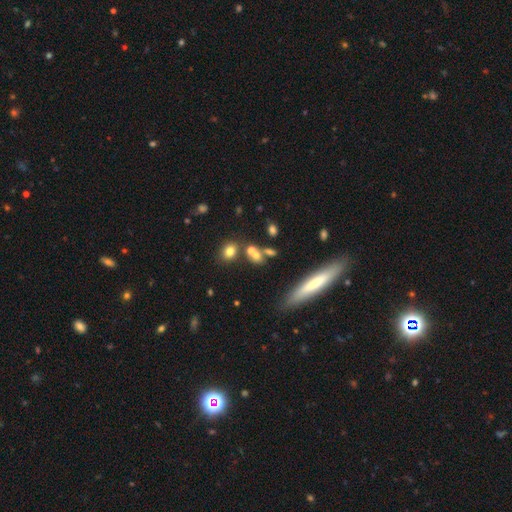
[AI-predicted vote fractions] smooth_or_featured: smooth (p=0.63) [alt: featured or disk p=0.20]
how_rounded: round (p=0.45) [alt: in between p=0.42]
merging: none (p=0.52) [alt: merger p=0.31]